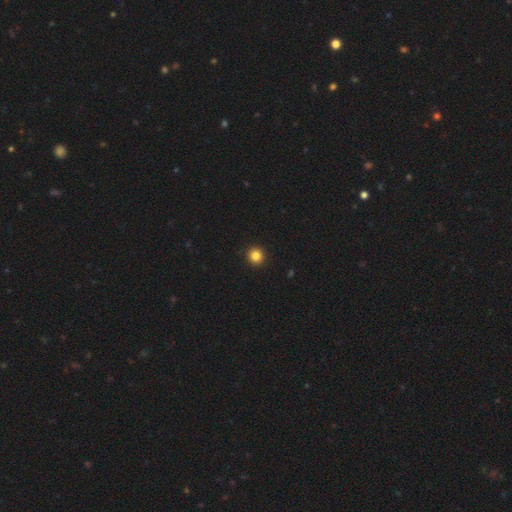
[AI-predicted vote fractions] This appears to be a smooth galaxy with no disk features (84%) that is round (94%). Merging: none (94%).